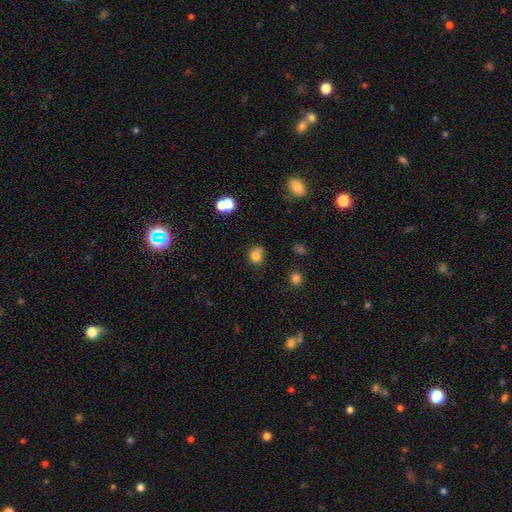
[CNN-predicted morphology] The model was most divided on "merging": none: 57%, minor disturbance: 25%, major disturbance: 9%, merger: 8%. More confident: smooth or featured — smooth (79%); how rounded — round (75%).